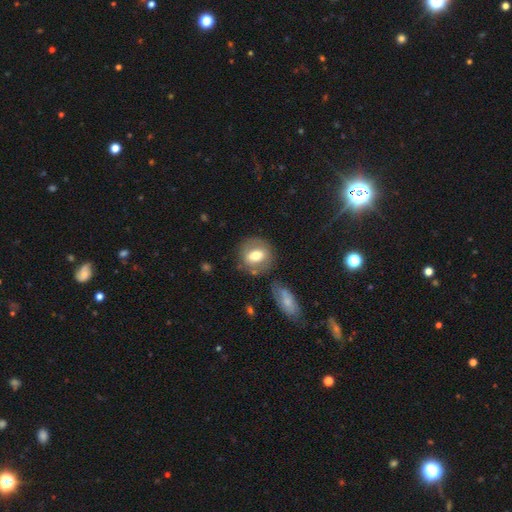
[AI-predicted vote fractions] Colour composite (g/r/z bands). It shows a smooth galaxy with no disk features (62%) that is round (65%). Merging: none (74%).